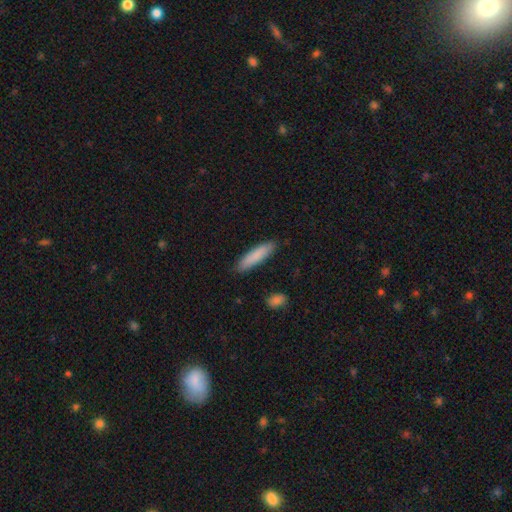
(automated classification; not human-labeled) Smooth or featured?
  - smooth: 85% *
  - featured or disk: 9%
  - star or artifact: 6%
How rounded?
  - cigar-shaped: 77% *
  - in between: 22%
  - round: 1%
Merging?
  - none: 88% *
  - minor disturbance: 9%
  - major disturbance: 2%
  - merger: 1%